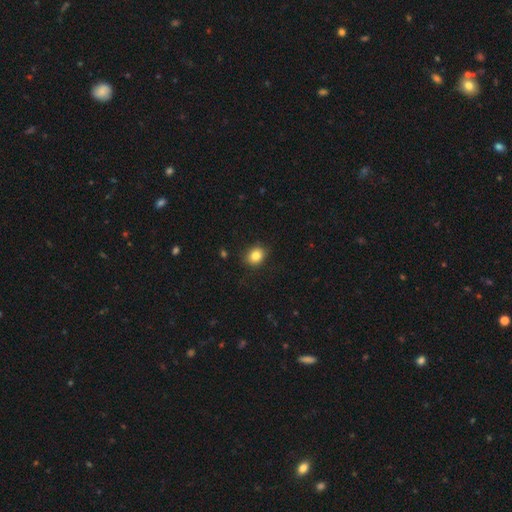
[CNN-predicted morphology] The model was most divided on "how rounded": round: 58%, in between: 41%, cigar-shaped: 1%. More confident: merging — none (86%); smooth or featured — smooth (83%).